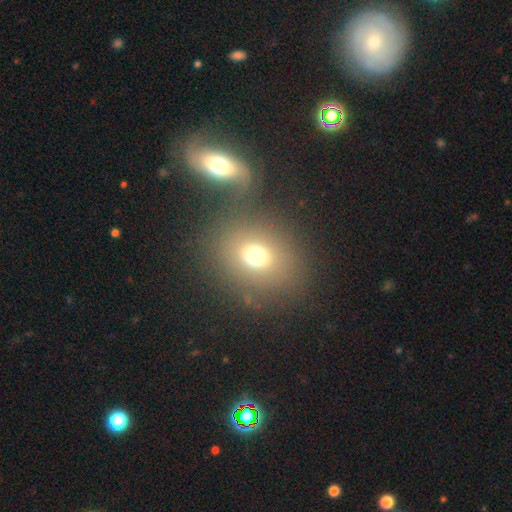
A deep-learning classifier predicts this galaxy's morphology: Smooth or featured? Predicted: smooth (p=0.70). How rounded? Predicted: round (p=0.67). Merging? Predicted: none (p=0.71).